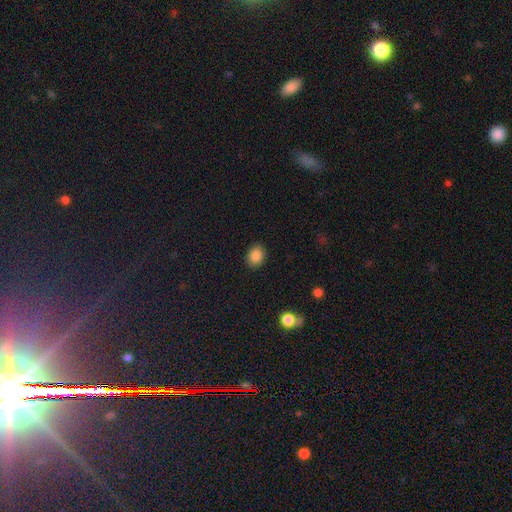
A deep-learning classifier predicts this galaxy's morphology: Smooth or featured? smooth (86%)
How rounded? in between (53%)
Merging? none (90%)